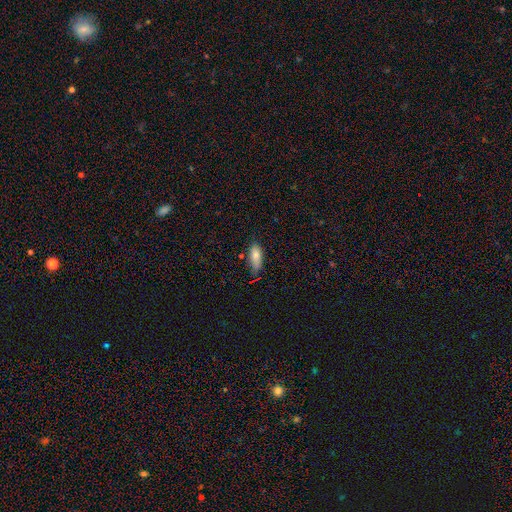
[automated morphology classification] smooth-or-featured: smooth: 78% | featured or disk: 15% | star or artifact: 7%
  how-rounded: in between: 77% | cigar-shaped: 20% | round: 3%
  merging: none: 59% | minor disturbance: 32% | major disturbance: 6% | merger: 3%